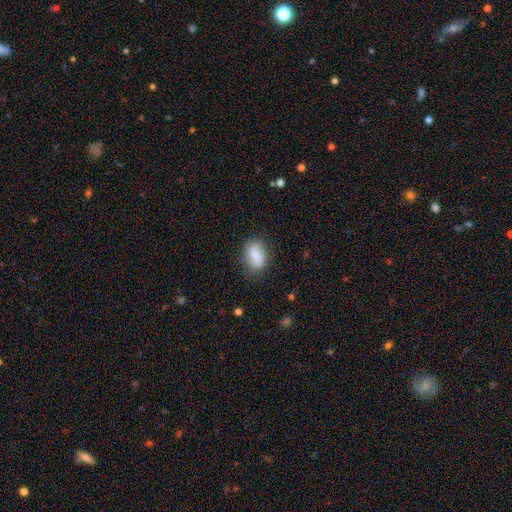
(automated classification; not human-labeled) Overall: smooth (74%). How rounded: in between (81%). Merging: none (71%).